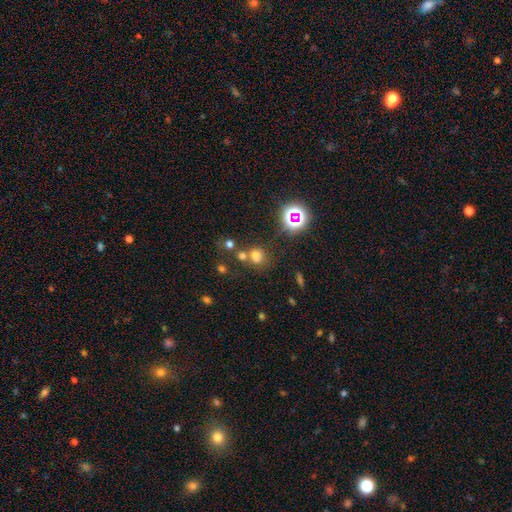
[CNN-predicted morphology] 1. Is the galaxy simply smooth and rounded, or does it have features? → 63% smooth, 28% star or artifact, 9% featured or disk.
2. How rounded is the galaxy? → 73% round, 26% in between, 1% cigar-shaped.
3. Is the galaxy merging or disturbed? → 53% none, 30% merger, 11% minor disturbance, 6% major disturbance.